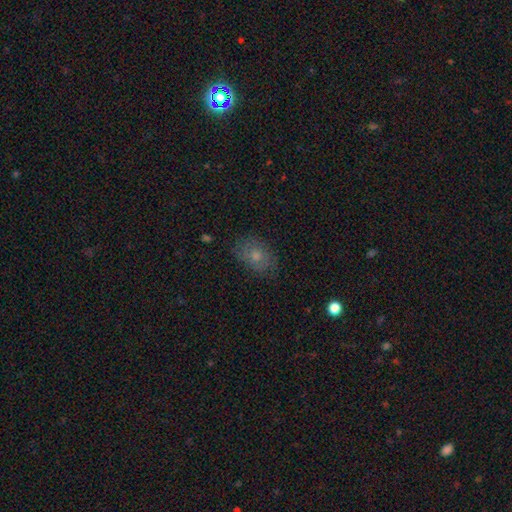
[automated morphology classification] type=smooth (60%); roundness=in between (76%); merging=none (75%).